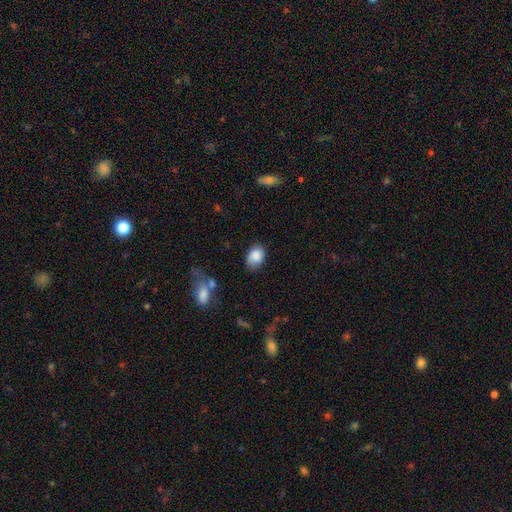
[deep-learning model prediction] This is clearly a smooth galaxy (84%). How rounded: likely in between (76%). Merging: likely none (65%).